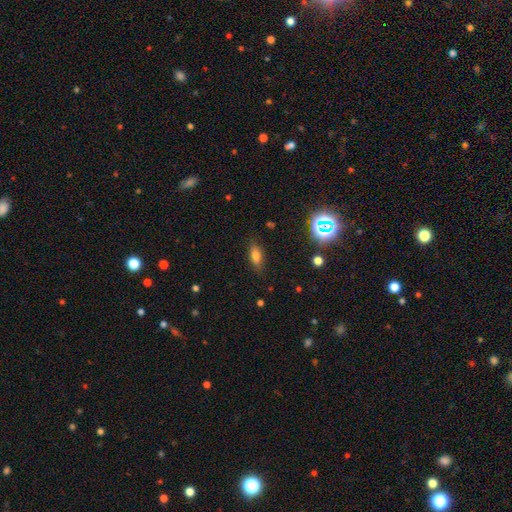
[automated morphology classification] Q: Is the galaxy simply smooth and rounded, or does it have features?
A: smooth — 73%.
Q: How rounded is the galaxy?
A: in between — 76%.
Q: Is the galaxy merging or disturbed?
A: none — 83%.